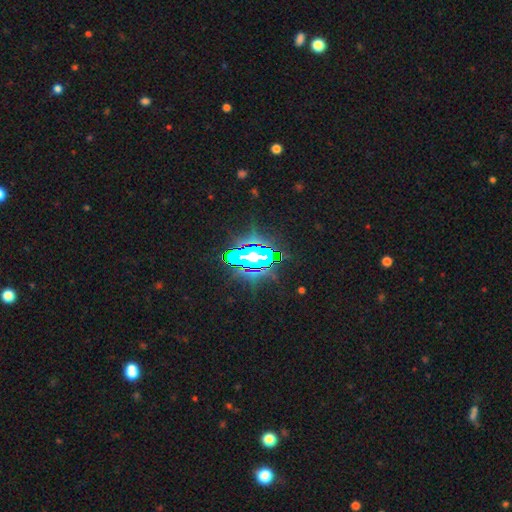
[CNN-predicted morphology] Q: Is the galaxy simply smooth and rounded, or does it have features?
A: star or artifact — 80%.